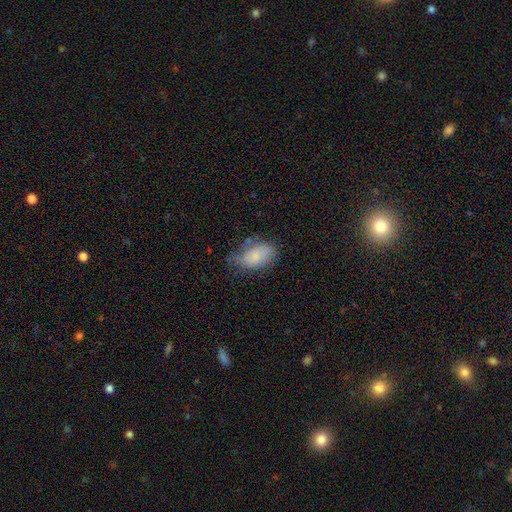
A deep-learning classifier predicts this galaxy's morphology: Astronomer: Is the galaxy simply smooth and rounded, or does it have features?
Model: smooth — 76%.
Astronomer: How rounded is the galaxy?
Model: in between — 91%.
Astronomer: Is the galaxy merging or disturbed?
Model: none — 46% (runner-up: minor disturbance, 35%).